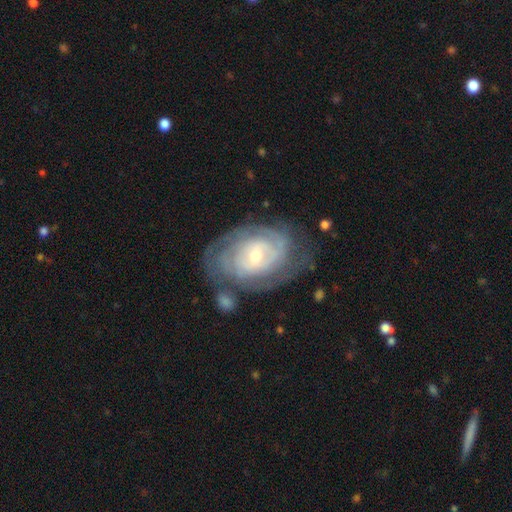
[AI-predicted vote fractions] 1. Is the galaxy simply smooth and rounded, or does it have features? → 84% featured or disk, 11% smooth, 5% star or artifact.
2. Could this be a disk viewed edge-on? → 96% no, 4% yes.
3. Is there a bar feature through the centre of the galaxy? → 59% no, 32% weak, 9% strong.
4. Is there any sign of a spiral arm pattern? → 91% yes, 9% no.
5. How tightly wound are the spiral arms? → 77% tight, 18% medium, 5% loose.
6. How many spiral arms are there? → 46% can't tell, 21% 2, 15% 3, 9% 4, 5% more than 4, 5% 1.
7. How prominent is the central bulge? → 48% moderate (tied), 48% small (tied), 2% large, 1% none, 1% dominant.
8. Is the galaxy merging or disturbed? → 67% none, 19% minor disturbance, 9% major disturbance, 5% merger.